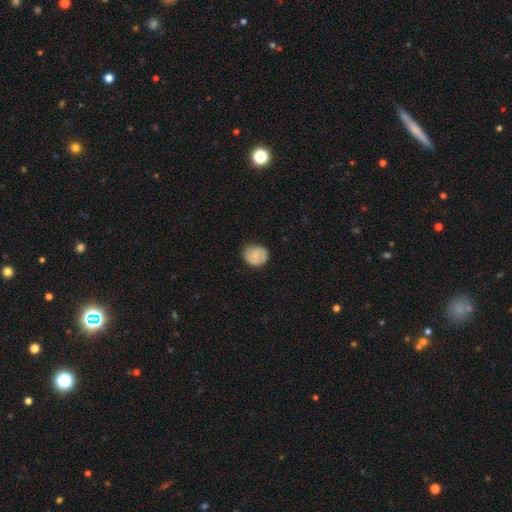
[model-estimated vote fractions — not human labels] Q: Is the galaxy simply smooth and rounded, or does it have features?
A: smooth — 64%.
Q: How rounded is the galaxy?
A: round — 72%.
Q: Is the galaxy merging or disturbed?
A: none — 75%.